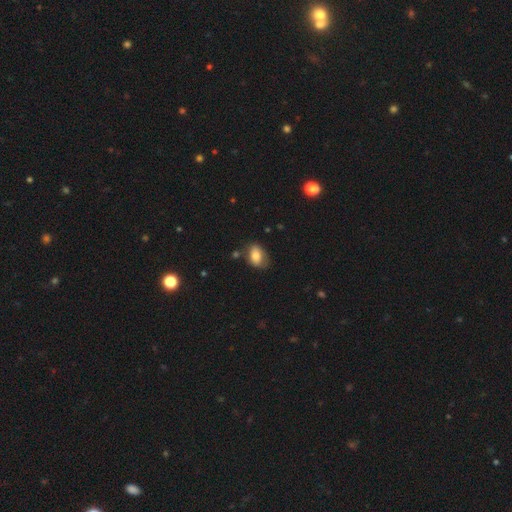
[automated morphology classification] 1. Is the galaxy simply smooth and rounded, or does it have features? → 78% smooth, 14% featured or disk, 8% star or artifact.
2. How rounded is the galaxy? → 82% in between, 17% round, 1% cigar-shaped.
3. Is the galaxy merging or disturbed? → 63% none, 26% minor disturbance, 7% major disturbance, 4% merger.